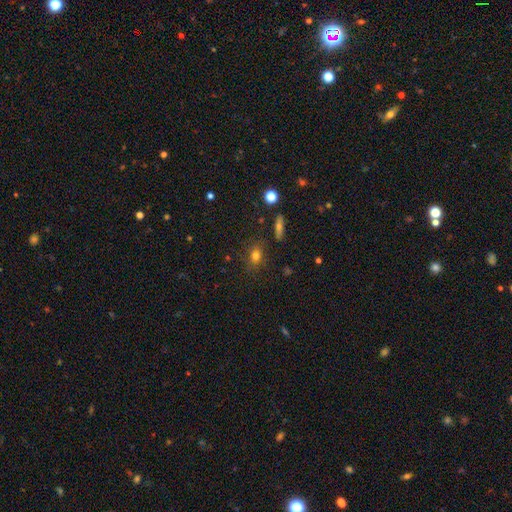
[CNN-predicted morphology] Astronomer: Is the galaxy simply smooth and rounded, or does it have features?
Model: smooth — 76%.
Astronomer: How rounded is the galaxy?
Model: in between — 49% (runner-up: round, 48%).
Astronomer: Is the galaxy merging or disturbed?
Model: none — 80%.